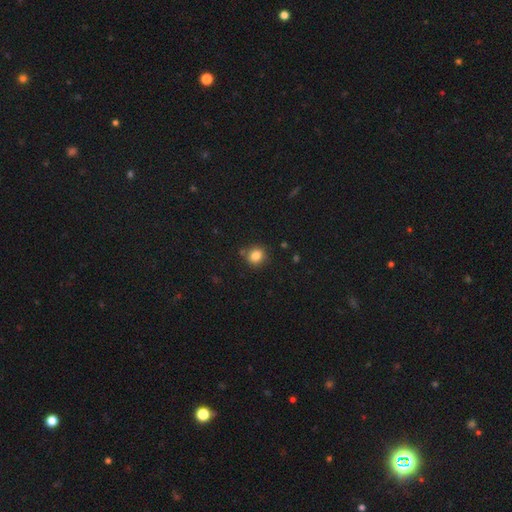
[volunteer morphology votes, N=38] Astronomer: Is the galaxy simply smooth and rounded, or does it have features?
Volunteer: smooth — 84%.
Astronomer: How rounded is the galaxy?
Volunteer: round — 75%.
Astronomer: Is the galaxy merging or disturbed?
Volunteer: none — 77%.